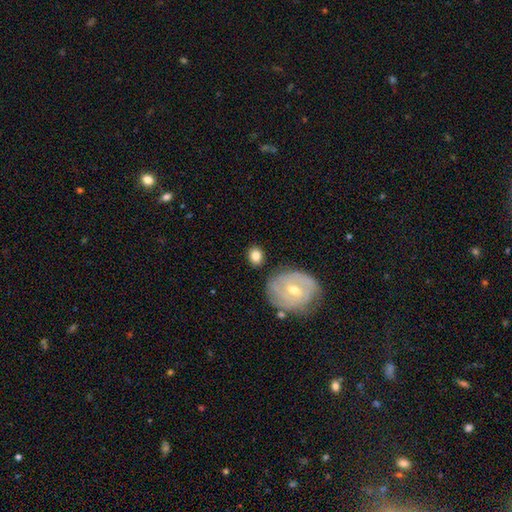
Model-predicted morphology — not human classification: smooth 78%, featured or disk 16%, star or artifact 7%. Down the decision tree: how rounded — round (57%); merging — none (80%).